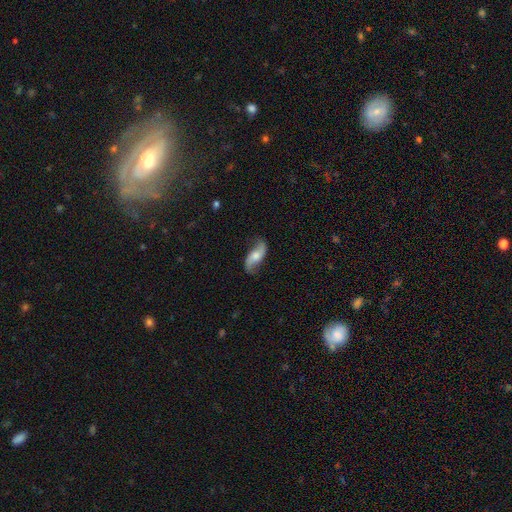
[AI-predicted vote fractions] The model was most divided on "bar": no: 57%, weak: 31%, strong: 12%. More confident: spiral arm count — 2 (92%); spiral arms — yes (92%); edge-on disk — no (91%); spiral winding — loose (80%); merging — none (77%); smooth or featured — featured or disk (69%); bulge size — moderate (54%).